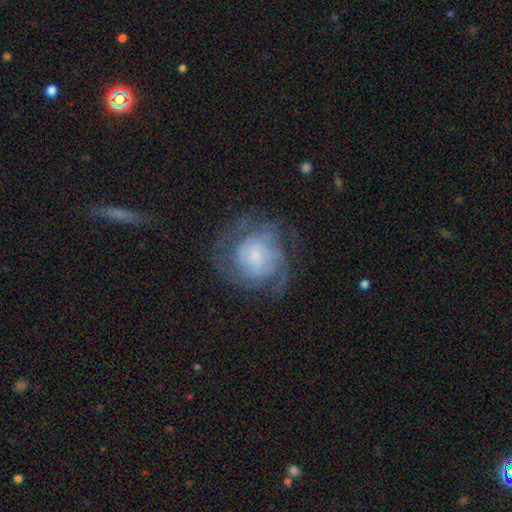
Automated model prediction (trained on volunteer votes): smooth-or-featured: featured or disk: 68% | smooth: 24% | star or artifact: 8%
  disk-edge-on: no: 98% | yes: 2%
    bar: no: 70% | weak: 26% | strong: 4%
    has-spiral-arms: yes: 85% | no: 15%
      spiral-winding: tight: 52% | medium: 35% | loose: 13%
      spiral-arm-count: can't tell: 42% | 2: 20% | 3: 17% | 4: 8% | 1: 6% | more than 4: 5%
    bulge-size: small: 54% | moderate: 20% | none: 15% | large: 9% | dominant: 2%
  merging: none: 64% | minor disturbance: 18% | major disturbance: 16% | merger: 1%